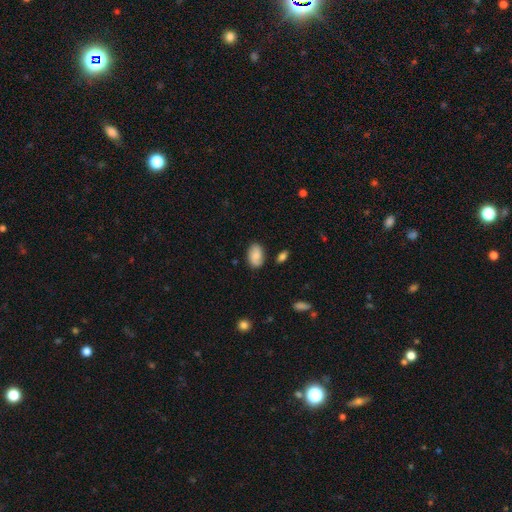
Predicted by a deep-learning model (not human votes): Smooth or featured?
  - smooth: 82% *
  - featured or disk: 11%
  - star or artifact: 7%
How rounded?
  - in between: 91% *
  - round: 7%
  - cigar-shaped: 1%
Merging?
  - none: 79% *
  - minor disturbance: 15%
  - major disturbance: 3%
  - merger: 3%